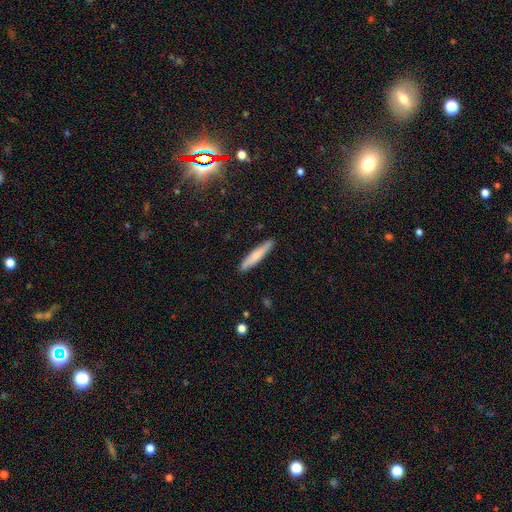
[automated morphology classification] This appears to be a smooth galaxy with no disk features (68%) that is cigar-shaped (91%). Merging: none (89%).